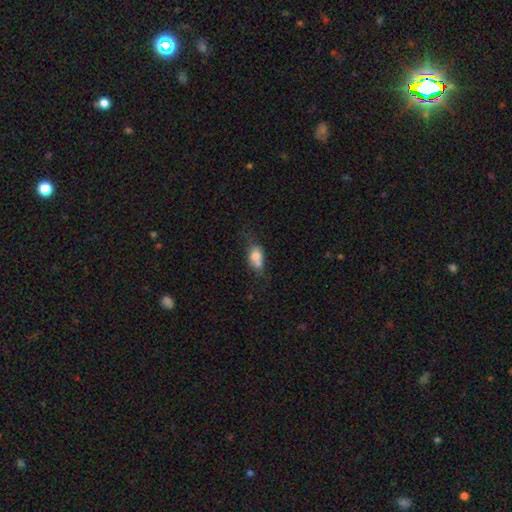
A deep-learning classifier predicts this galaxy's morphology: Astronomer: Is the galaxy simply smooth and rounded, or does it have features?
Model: smooth — 68%.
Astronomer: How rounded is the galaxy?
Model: in between — 73%.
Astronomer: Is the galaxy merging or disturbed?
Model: merger — 43% (runner-up: none, 33%).